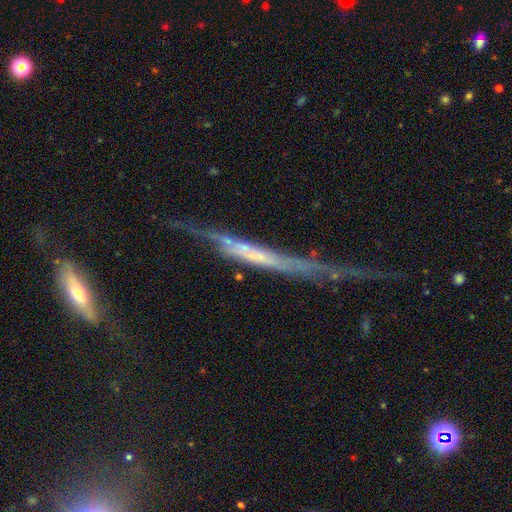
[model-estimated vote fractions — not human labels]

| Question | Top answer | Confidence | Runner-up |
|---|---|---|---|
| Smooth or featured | featured or disk | 74% | smooth (18%) |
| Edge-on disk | yes | 84% | no (16%) |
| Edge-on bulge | none | 62% | rounded (19%) |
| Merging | none | 48% | minor disturbance (28%) |